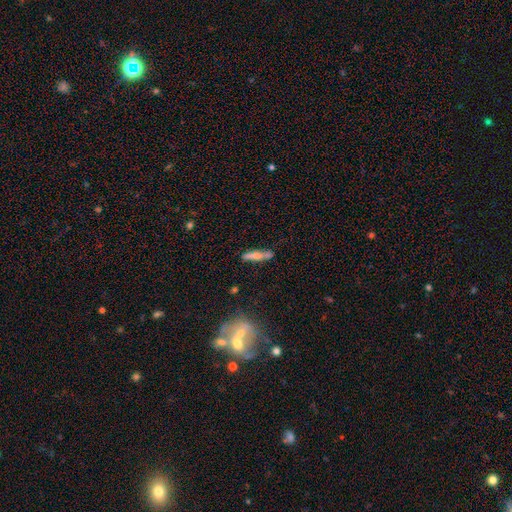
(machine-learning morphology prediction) Overall: smooth (60%; featured or disk 33%). How rounded: cigar-shaped (85%). Merging: none (71%).